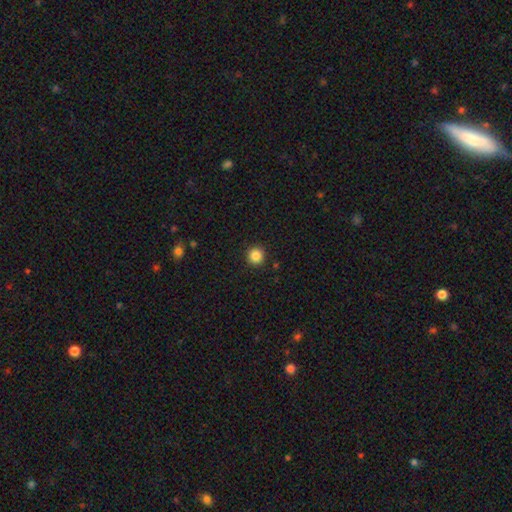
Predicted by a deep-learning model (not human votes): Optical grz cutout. It shows a smooth galaxy with no disk features (86%) that is round (95%). Merging: none (93%).